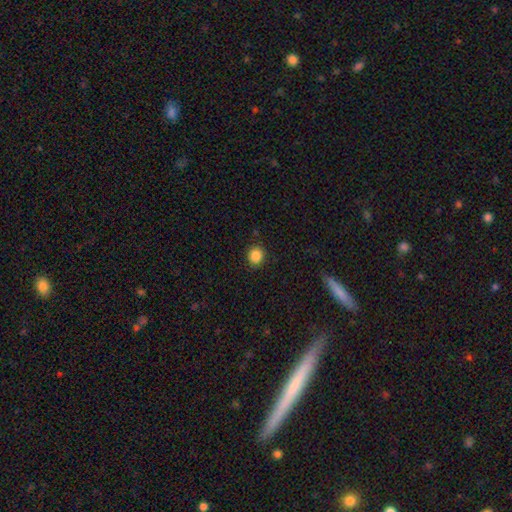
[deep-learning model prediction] This appears to be a smooth galaxy with no disk features (86%) that is round (83%). Merging: none (89%).